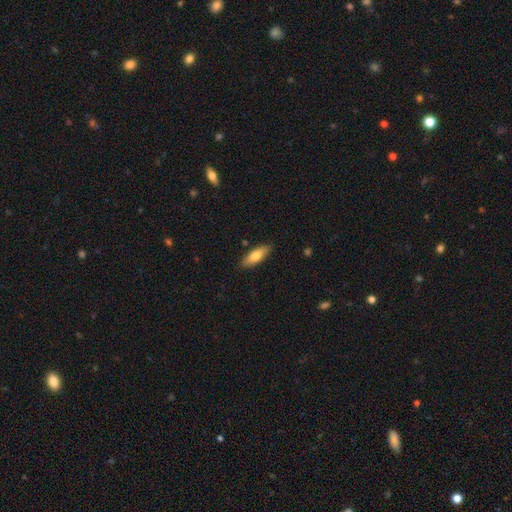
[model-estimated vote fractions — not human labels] smooth-or-featured: smooth: 73% | featured or disk: 21% | star or artifact: 6%
  how-rounded: in between: 59% | cigar-shaped: 39% | round: 2%
  merging: none: 87% | minor disturbance: 10% | major disturbance: 2% | merger: 1%